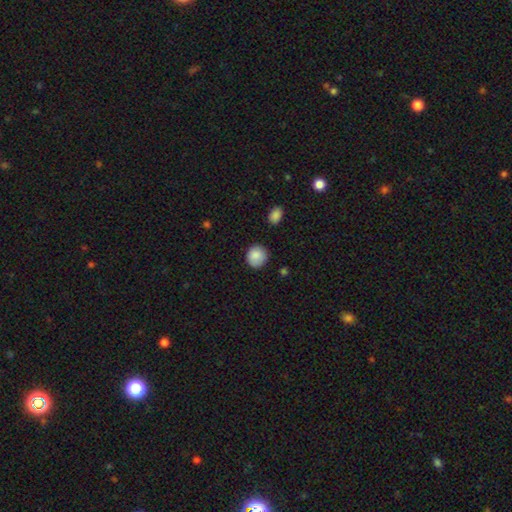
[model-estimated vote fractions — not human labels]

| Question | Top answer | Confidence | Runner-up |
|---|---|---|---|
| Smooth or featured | smooth | 87% | star or artifact (8%) |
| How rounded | round | 87% | in between (12%) |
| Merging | none | 83% | minor disturbance (12%) |